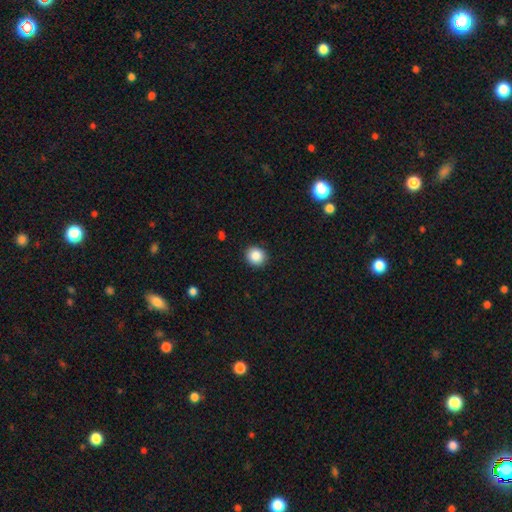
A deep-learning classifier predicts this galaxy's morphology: Smooth or featured: smooth — 87% (star or artifact — 9%)
How rounded: round — 87% (in between — 12%)
Merging: none — 91% (minor disturbance — 6%)